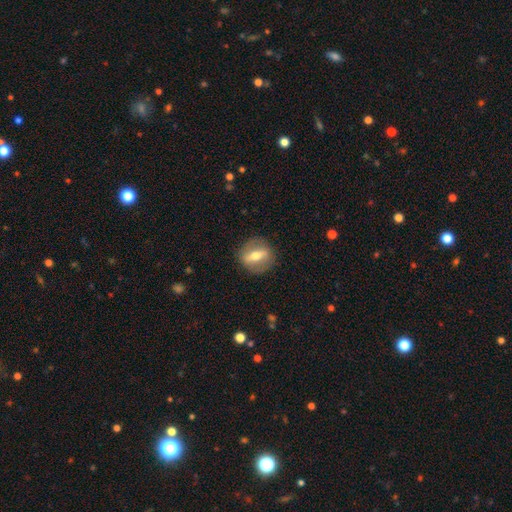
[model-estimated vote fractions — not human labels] The model was most divided on "smooth or featured": featured or disk: 55%, smooth: 38%, star or artifact: 7%. More confident: merging — none (85%); edge-on disk — no (68%).